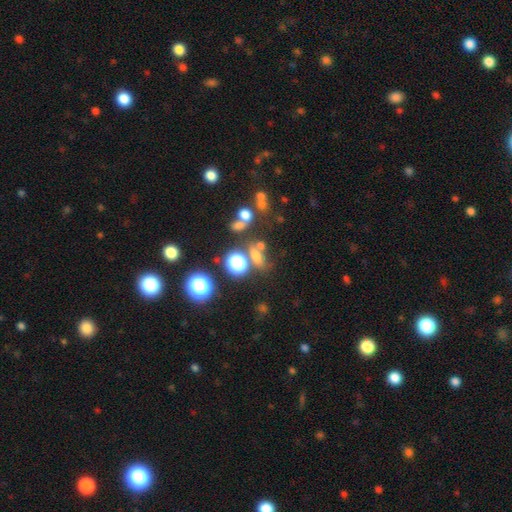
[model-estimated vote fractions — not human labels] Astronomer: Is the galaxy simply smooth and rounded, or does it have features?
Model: smooth — 58%.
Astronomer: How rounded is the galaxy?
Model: in between — 48% (runner-up: round, 44%).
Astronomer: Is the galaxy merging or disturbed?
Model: none — 55%.